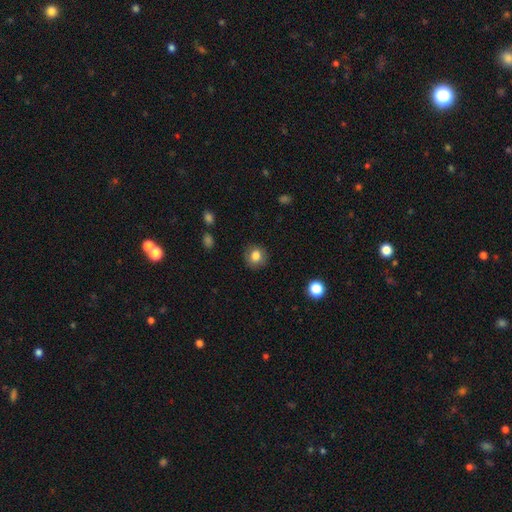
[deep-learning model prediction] smooth-or-featured: smooth: 81% | star or artifact: 10% | featured or disk: 10%
  how-rounded: round: 84% | in between: 15% | cigar-shaped: 1%
  merging: none: 87% | minor disturbance: 9% | major disturbance: 3% | merger: 1%